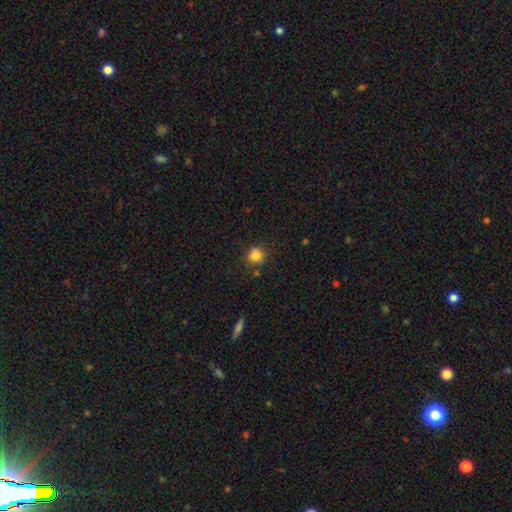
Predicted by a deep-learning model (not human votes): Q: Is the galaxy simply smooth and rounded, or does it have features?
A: smooth — 83%.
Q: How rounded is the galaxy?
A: round — 87%.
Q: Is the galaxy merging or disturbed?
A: none — 80%.